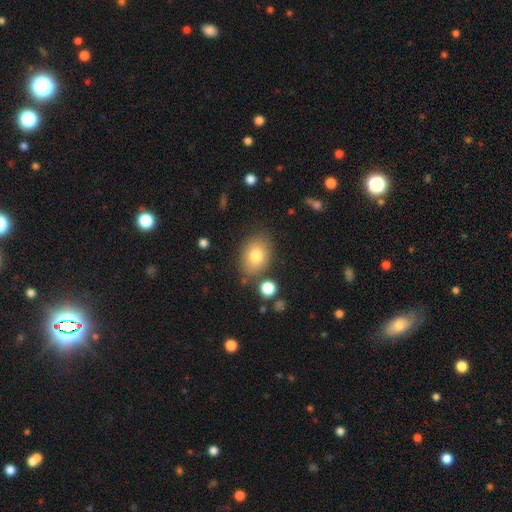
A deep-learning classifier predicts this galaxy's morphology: type=smooth (78%); roundness=in between (69%); merging=none (78%).